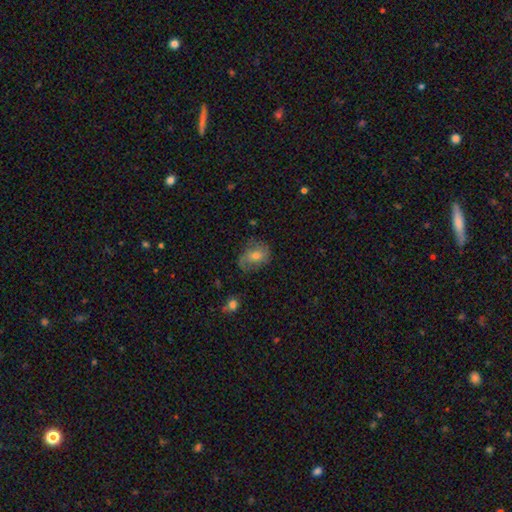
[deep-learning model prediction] Q: Smooth or featured?
A: smooth (48%); runner-up: featured or disk (42%)
Q: Merging?
A: none (61%); runner-up: minor disturbance (25%)